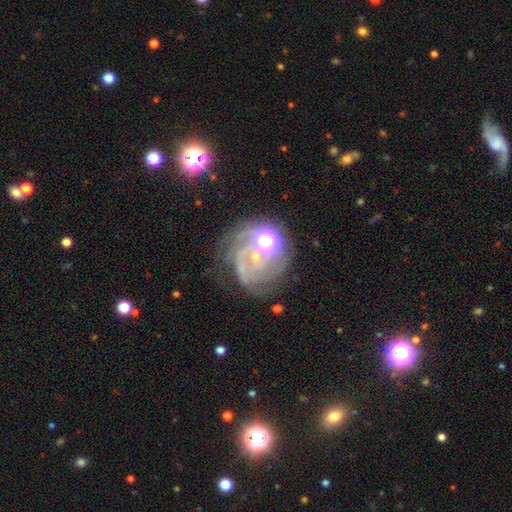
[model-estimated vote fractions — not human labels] Smooth or featured? Predicted: featured or disk (p=0.66). Edge-on disk? Predicted: no (p=0.97). Bar? Predicted: no (p=0.70). Spiral arms? Predicted: yes (p=0.78). Spiral winding? Predicted: tight (p=0.52). Spiral arm count? Predicted: can't tell (p=0.38). Bulge size? Predicted: small (p=0.44). Merging? Predicted: none (p=0.49).